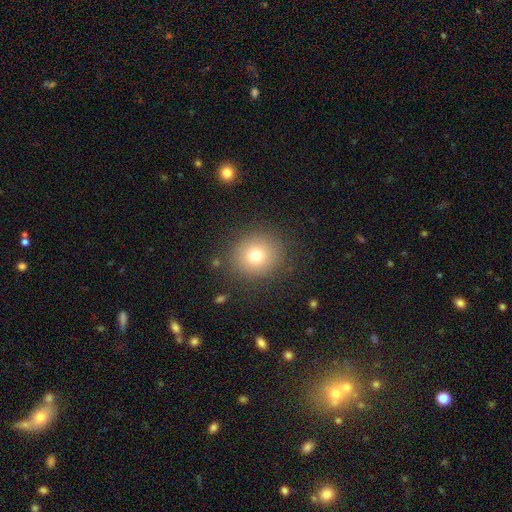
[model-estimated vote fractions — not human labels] A smooth galaxy with no disk features (74%) that is round (88%).

Vote fractions:
- Smooth or featured? smooth: 74% / star or artifact: 14% / featured or disk: 12%
- How rounded? round: 88% / in between: 12% / cigar-shaped: 1%
- Merging? none: 86% / minor disturbance: 8% / major disturbance: 4% / merger: 2%